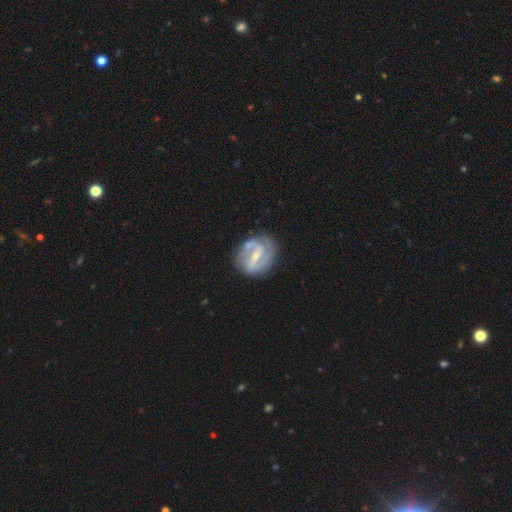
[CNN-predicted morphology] Overall: featured or disk (86%). Edge-on disk: no (97%). Bar: strong (49%; weak 39%). Spiral arms: yes (94%). Spiral arm count: 2 (81%). Spiral winding: medium (48%; tight 31%). Bulge size: small (59%; moderate 36%). Merging: none (70%).